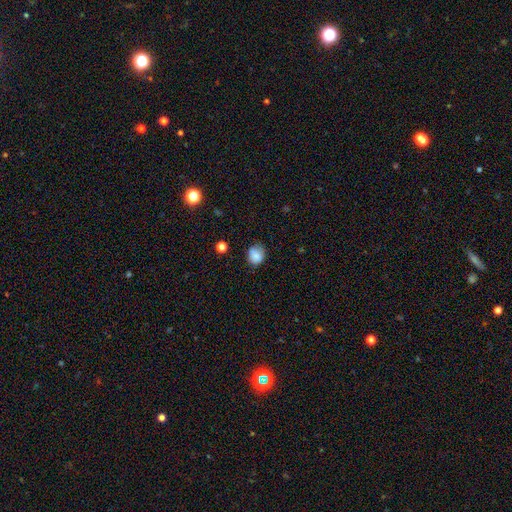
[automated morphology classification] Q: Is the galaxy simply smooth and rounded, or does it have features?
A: smooth — 83%.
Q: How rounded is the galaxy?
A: round — 70%.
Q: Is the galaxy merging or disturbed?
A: none — 69%.